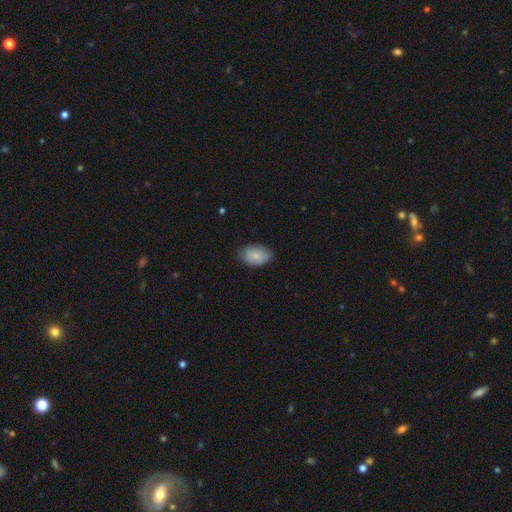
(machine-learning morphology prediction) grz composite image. It shows a smooth galaxy with no disk features (83%) that is in between round and cigar-shaped (89%). Merging: none (77%).